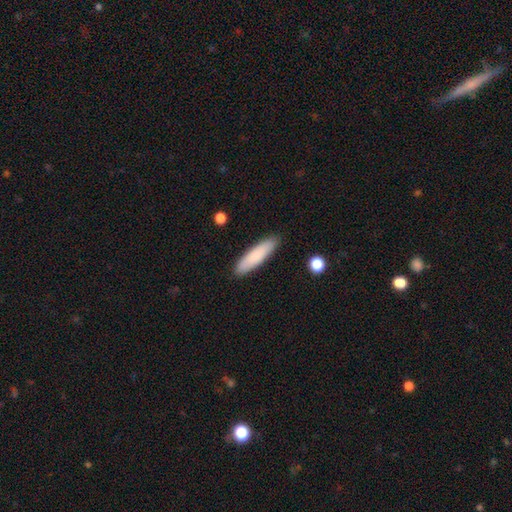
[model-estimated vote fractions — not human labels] Morphology: type=smooth (82%); roundness=cigar-shaped (74%); merging=none (89%).